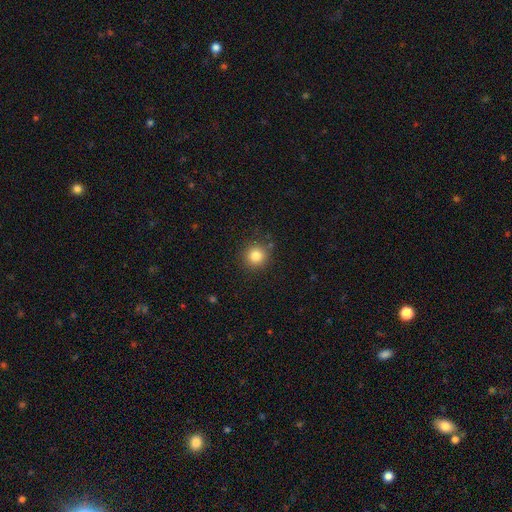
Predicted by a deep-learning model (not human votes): Morphology: type=smooth (82%); roundness=round (93%); merging=none (86%).